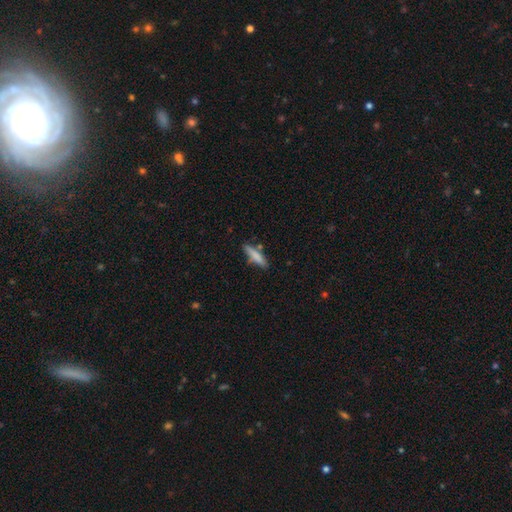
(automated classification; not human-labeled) Smooth or featured: smooth — 78% (featured or disk — 15%)
How rounded: cigar-shaped — 79% (in between — 19%)
Merging: none — 73% (minor disturbance — 17%)